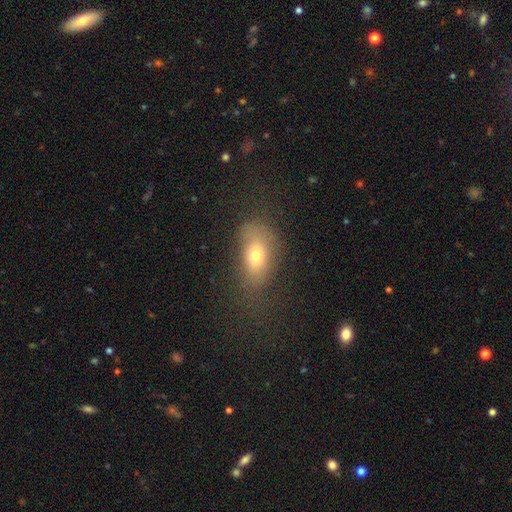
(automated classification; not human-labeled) Smooth or featured: smooth — 67% (featured or disk — 20%)
How rounded: in between — 83% (round — 12%)
Merging: none — 52% (minor disturbance — 24%)